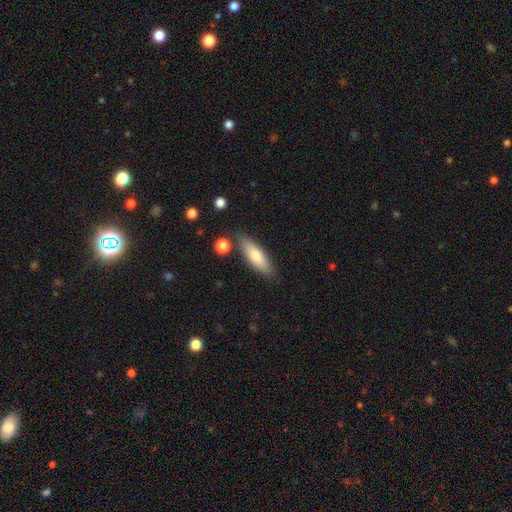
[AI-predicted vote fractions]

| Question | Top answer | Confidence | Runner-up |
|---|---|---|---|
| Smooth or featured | smooth | 72% | featured or disk (22%) |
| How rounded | cigar-shaped | 53% | in between (45%) |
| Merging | none | 83% | minor disturbance (11%) |